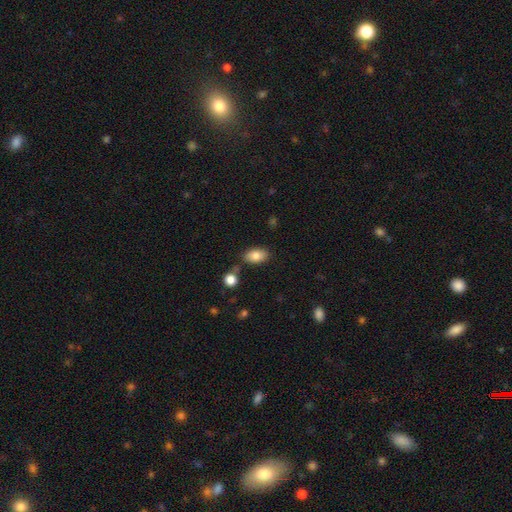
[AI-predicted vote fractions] The model was most divided on "merging": none: 74%, minor disturbance: 15%, merger: 7%, major disturbance: 4%. More confident: how rounded — in between (91%); smooth or featured — smooth (84%).